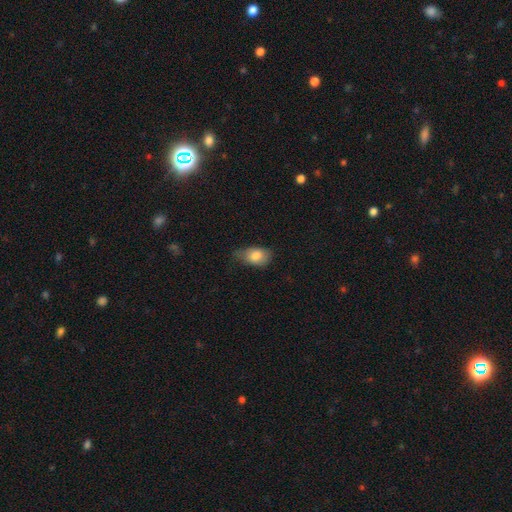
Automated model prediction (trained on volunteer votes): Morphology: type=smooth (81%); roundness=in between (87%); merging=minor disturbance (43%, tied with none).